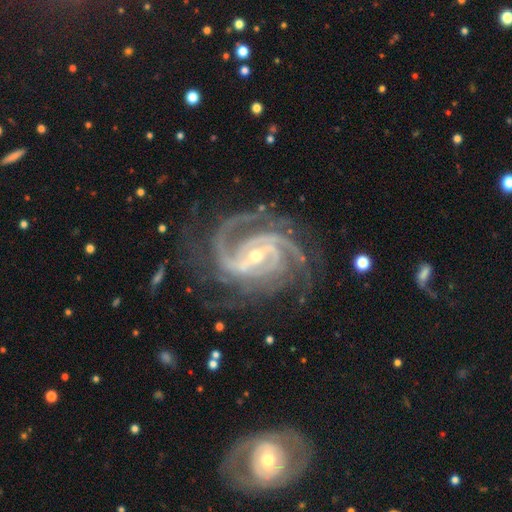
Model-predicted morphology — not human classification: Smooth or featured?
  - featured or disk: 94% *
  - star or artifact: 4%
  - smooth: 2%
Edge-on disk?
  - no: 98% *
  - yes: 2%
Bar?
  - strong: 46% *
  - weak: 39%
  - no: 14%
Spiral arms?
  - yes: 99% *
  - no: 1%
Spiral winding?
  - tight: 54% *
  - medium: 40%
  - loose: 6%
Spiral arm count?
  - 3: 32% *
  - 2: 24%
  - 4: 20%
  - can't tell: 10%
  - more than 4: 7%
  - 1: 7%
Bulge size?
  - small: 62% *
  - moderate: 35%
  - large: 1%
  - none: 1%
  - dominant: 1%
Merging?
  - none: 70% *
  - minor disturbance: 18%
  - major disturbance: 11%
  - merger: 2%